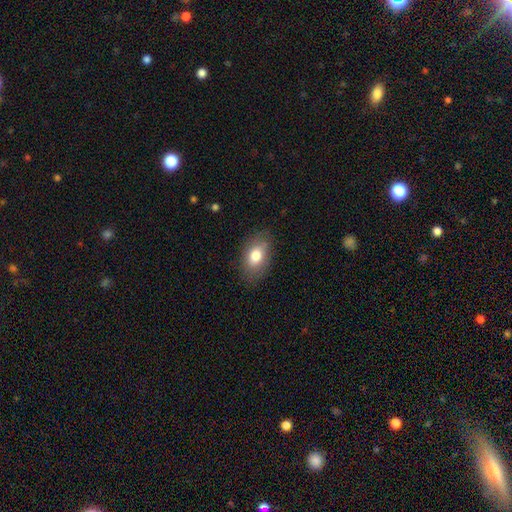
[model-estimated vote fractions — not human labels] A smooth galaxy with no disk features (78%) that is in between round and cigar-shaped (88%).

Vote fractions:
- Smooth or featured? smooth: 78% / featured or disk: 15% / star or artifact: 8%
- How rounded? in between: 88% / round: 10% / cigar-shaped: 2%
- Merging? none: 80% / minor disturbance: 15% / major disturbance: 4% / merger: 1%